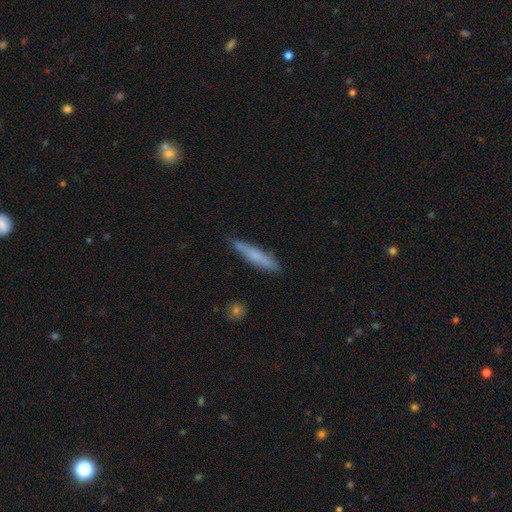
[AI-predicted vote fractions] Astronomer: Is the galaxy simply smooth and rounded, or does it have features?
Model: smooth — 67%.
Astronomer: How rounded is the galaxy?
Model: cigar-shaped — 92%.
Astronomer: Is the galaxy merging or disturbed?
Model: none — 82%.